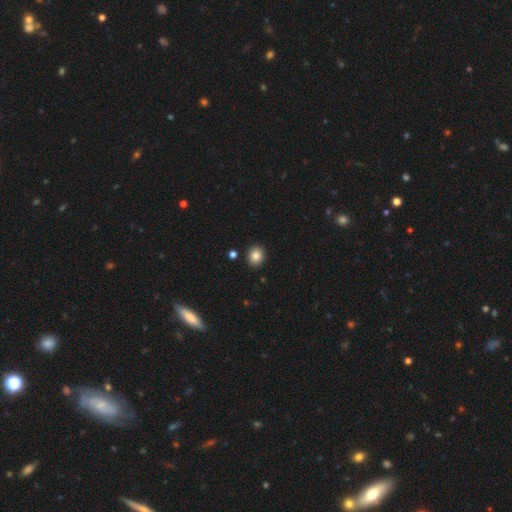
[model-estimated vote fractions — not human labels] Smooth or featured? Predicted: smooth (p=0.84). How rounded? Predicted: round (p=0.68). Merging? Predicted: none (p=0.90).